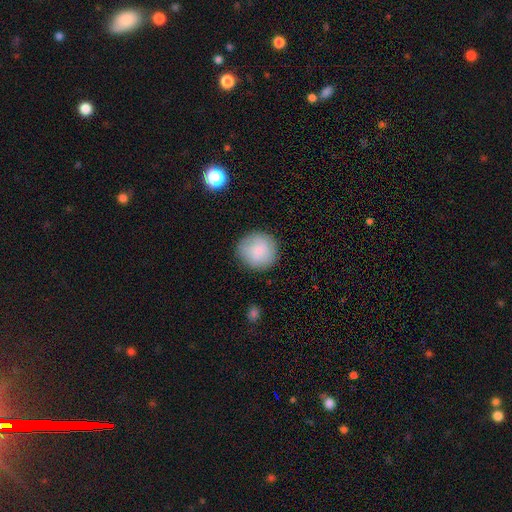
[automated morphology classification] smooth_or_featured: smooth (p=0.79) [alt: featured or disk p=0.15]
how_rounded: round (p=0.92) [alt: in between p=0.07]
merging: none (p=0.87) [alt: minor disturbance p=0.09]